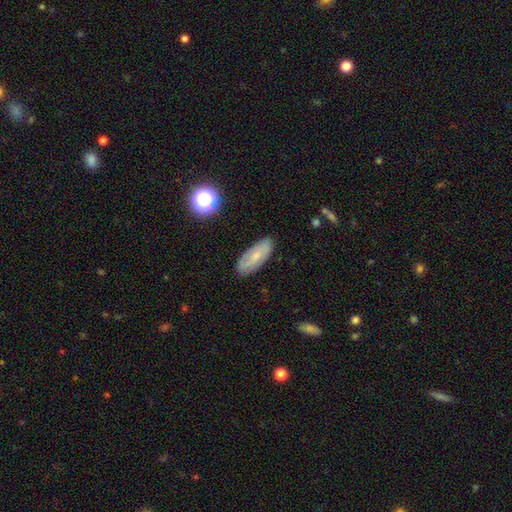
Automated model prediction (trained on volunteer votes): Overall: smooth (59%; featured or disk 32%). How rounded: in between (74%). Merging: none (85%).